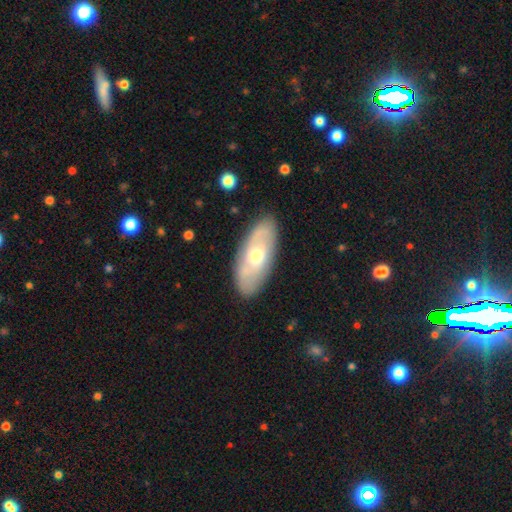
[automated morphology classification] Overall: featured or disk (48%; smooth 46%). Merging: none (85%).